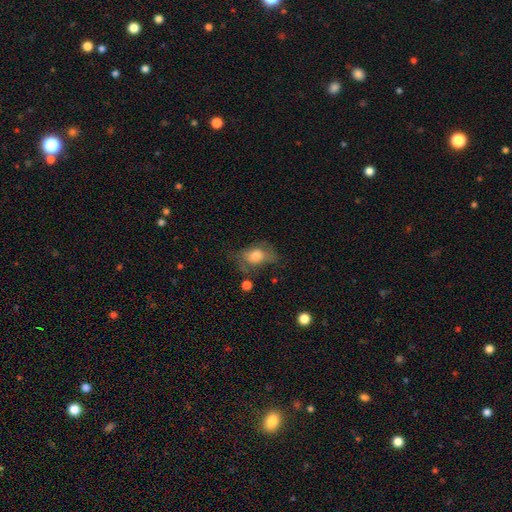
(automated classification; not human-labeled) Smooth or featured? smooth (67%)
How rounded? in between (74%)
Merging? none (43%)